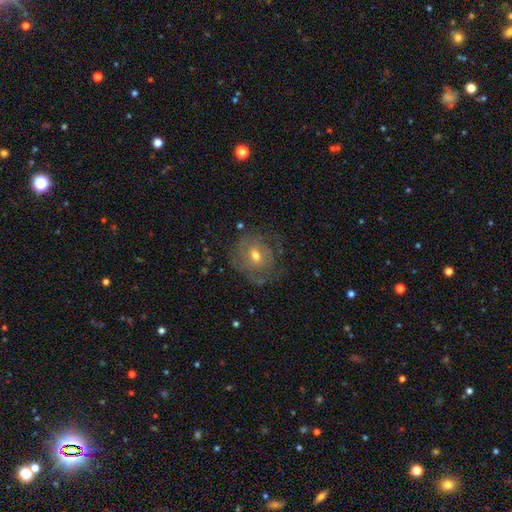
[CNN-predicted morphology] This is possibly a featured or disk galaxy (60%). It is clearly not viewed edge-on (96%). Bar: possibly no (57%). Spiral arm pattern: likely yes (67%). Central bulge: likely moderate (62%). Merging: likely none (62%).